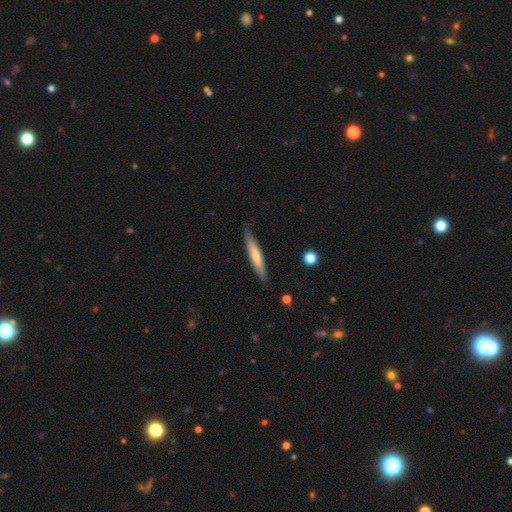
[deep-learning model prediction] Smooth or featured?
  - smooth: 58% *
  - featured or disk: 37%
  - star or artifact: 5%
How rounded?
  - cigar-shaped: 92% *
  - in between: 6%
  - round: 1%
Merging?
  - none: 87% *
  - minor disturbance: 10%
  - major disturbance: 2%
  - merger: 1%